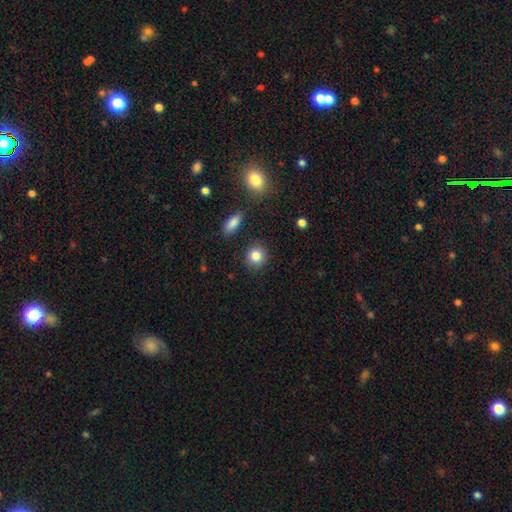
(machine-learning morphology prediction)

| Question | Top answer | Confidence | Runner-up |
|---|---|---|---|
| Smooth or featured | smooth | 84% | star or artifact (10%) |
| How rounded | round | 86% | in between (13%) |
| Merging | none | 89% | minor disturbance (7%) |